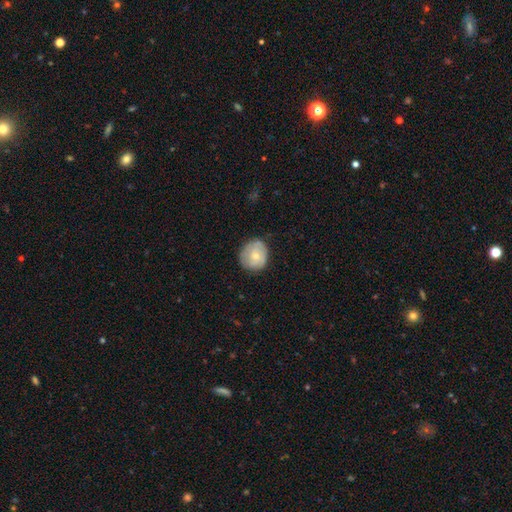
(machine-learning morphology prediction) smooth 61%, featured or disk 33%, star or artifact 7%. Down the decision tree: how rounded — round (79%); merging — none (71%).